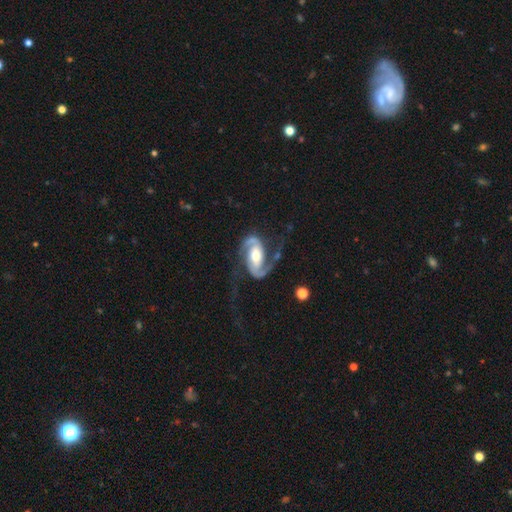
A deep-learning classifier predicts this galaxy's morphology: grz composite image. It shows a featured or disk galaxy (91%) with a weak bar (37%), 2 (92%) medium (52%) spiral arms (98%) and a moderate central bulge (64%). Merging: none (63%).